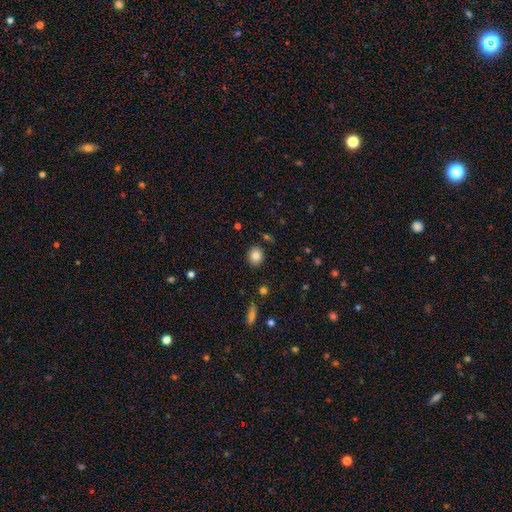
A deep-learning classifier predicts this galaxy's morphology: smooth_or_featured: smooth (p=0.82) [alt: star or artifact p=0.10]
how_rounded: round (p=0.70) [alt: in between p=0.29]
merging: none (p=0.87) [alt: minor disturbance p=0.08]